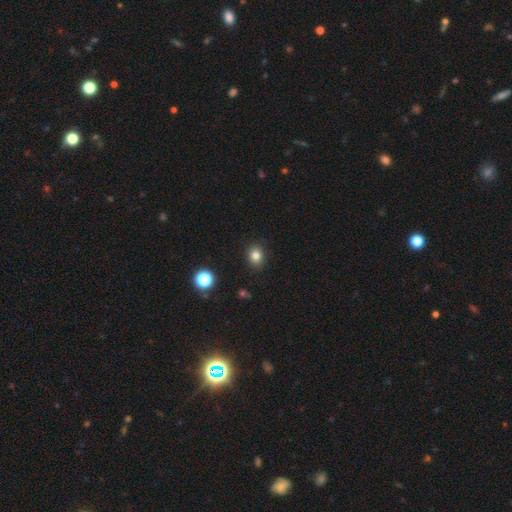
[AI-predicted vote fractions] This appears to be a smooth galaxy with no disk features (81%) that is round (64%). Merging: none (90%).